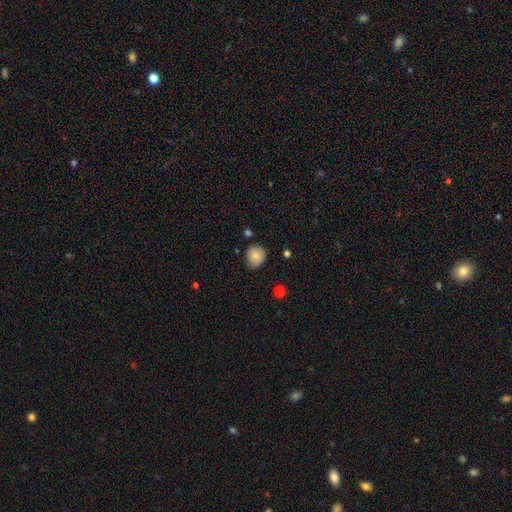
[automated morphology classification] Smooth or featured?
  - smooth: 84% *
  - star or artifact: 9%
  - featured or disk: 7%
How rounded?
  - round: 81% *
  - in between: 18%
  - cigar-shaped: 1%
Merging?
  - none: 73% *
  - minor disturbance: 21%
  - major disturbance: 3%
  - merger: 2%